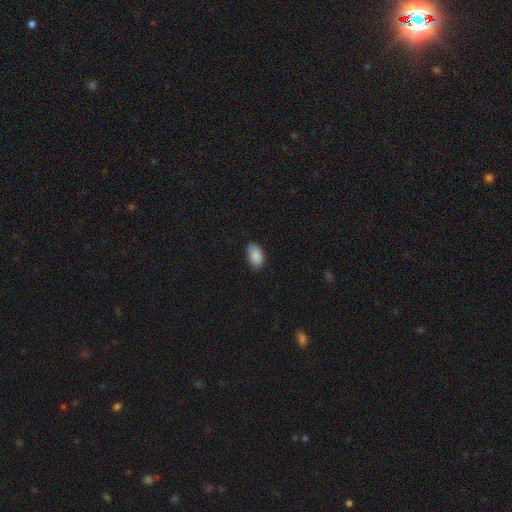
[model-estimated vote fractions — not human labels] smooth-or-featured: smooth: 88% | star or artifact: 7% | featured or disk: 5%
  how-rounded: in between: 94% | round: 4% | cigar-shaped: 2%
  merging: none: 80% | minor disturbance: 16% | major disturbance: 3% | merger: 1%